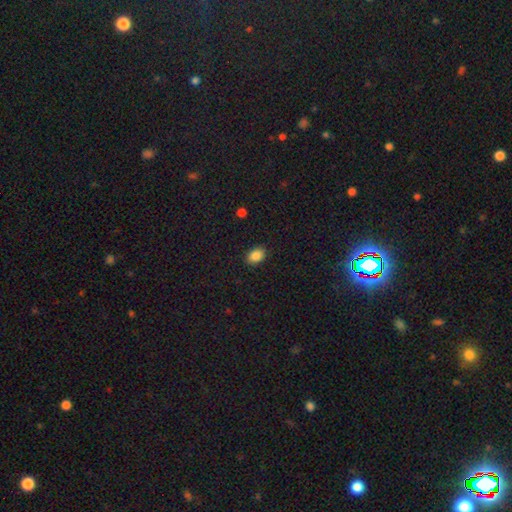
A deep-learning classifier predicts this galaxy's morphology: This is clearly a smooth galaxy (88%). How rounded: likely in between (78%). Merging: clearly none (89%).